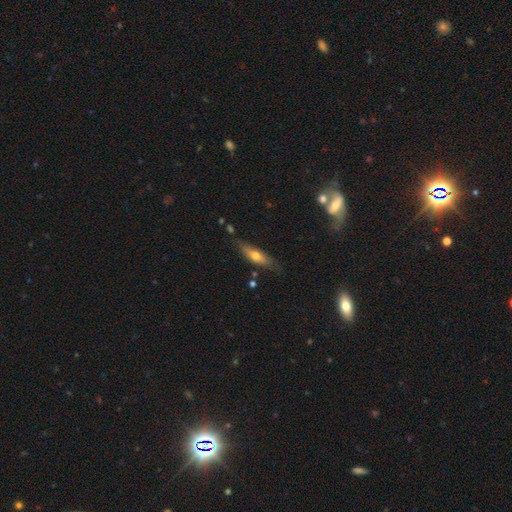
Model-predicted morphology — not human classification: Smooth or featured? smooth (53%)
How rounded? cigar-shaped (60%)
Merging? none (75%)